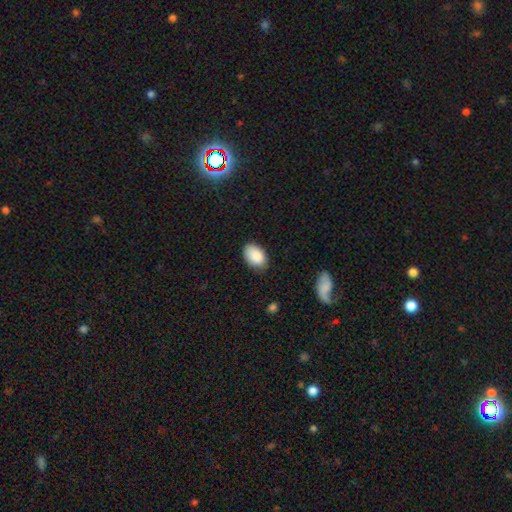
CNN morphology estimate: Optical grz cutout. It shows a smooth galaxy with no disk features (89%) that is in between round and cigar-shaped (90%). Merging: none (81%).